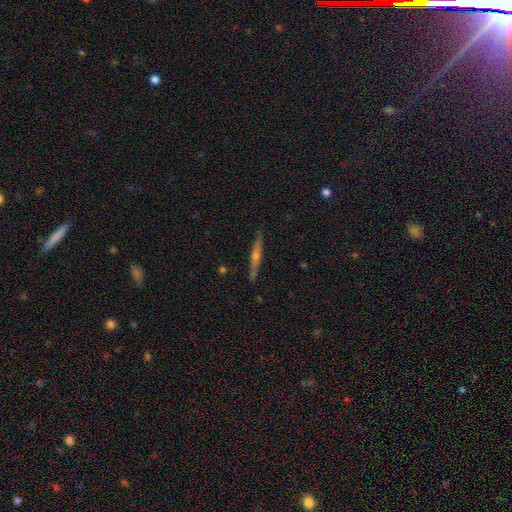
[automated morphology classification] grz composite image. It shows a featured or disk galaxy (72%) viewed edge-on (98%) with a rounded central bulge (83%). Merging: none (90%).